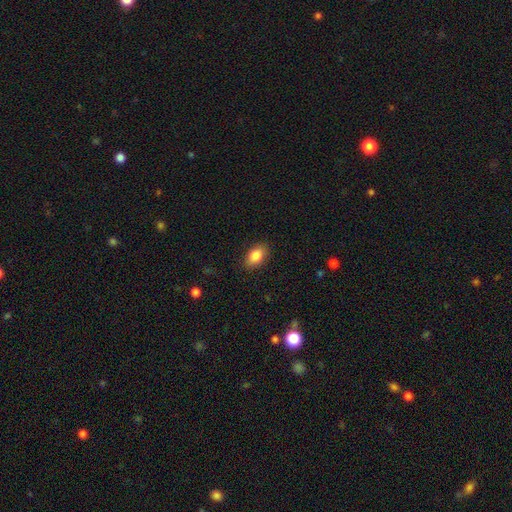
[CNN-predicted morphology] This appears to be a smooth galaxy with no disk features (85%) that is in between round and cigar-shaped (88%). Merging: none (87%).